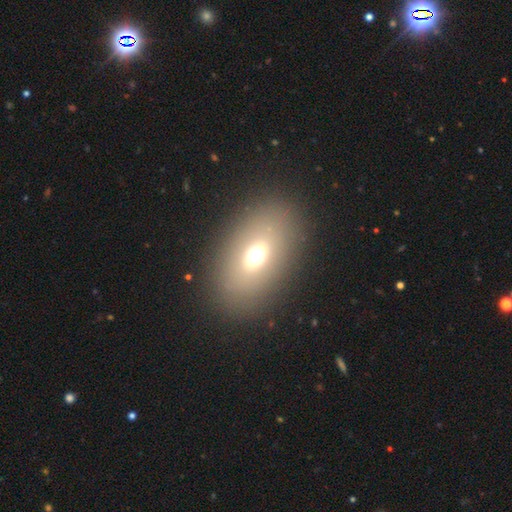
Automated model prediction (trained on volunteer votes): Smooth or featured? smooth (62%)
How rounded? in between (80%)
Merging? none (85%)